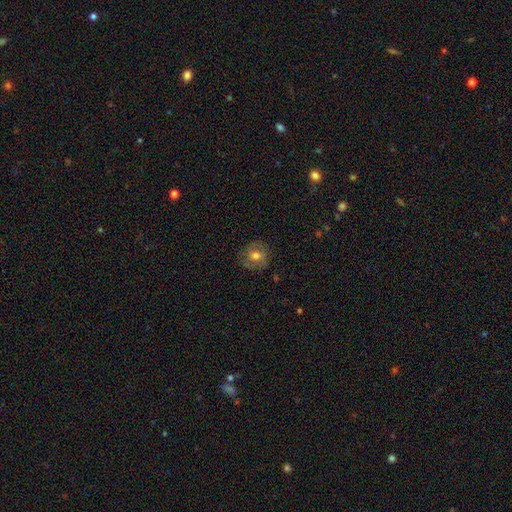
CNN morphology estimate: smooth_or_featured: smooth (p=0.54) [alt: featured or disk p=0.36]
how_rounded: round (p=0.79) [alt: in between p=0.20]
merging: none (p=0.75) [alt: minor disturbance p=0.17]